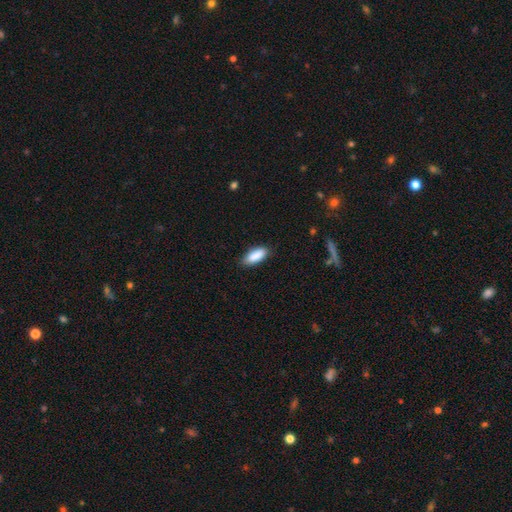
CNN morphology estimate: A smooth galaxy with no disk features (89%) that is in between round and cigar-shaped (82%). Merging: none (83%).